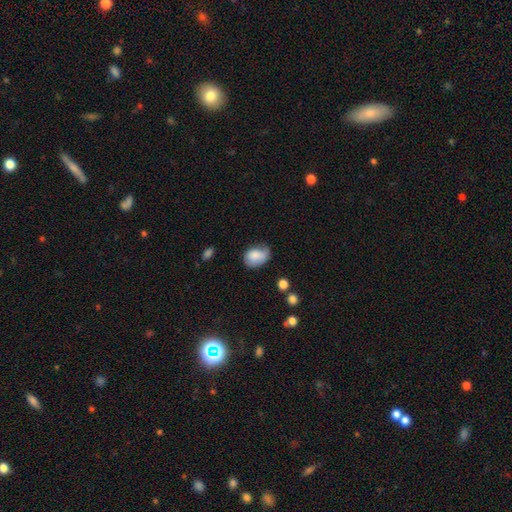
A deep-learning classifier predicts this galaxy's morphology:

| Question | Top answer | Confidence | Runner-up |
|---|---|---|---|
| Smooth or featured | smooth | 80% | featured or disk (12%) |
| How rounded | in between | 75% | round (24%) |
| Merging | none | 48% | minor disturbance (38%) |